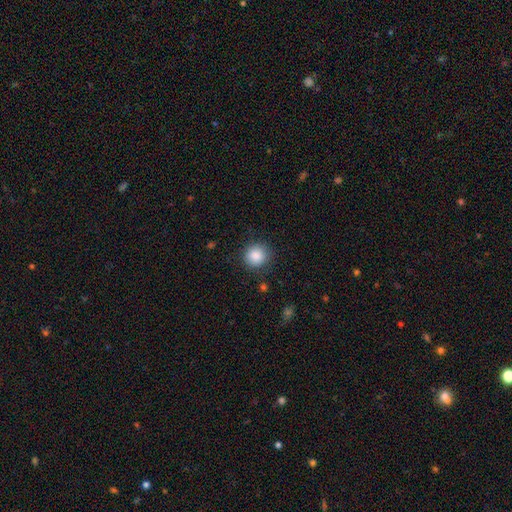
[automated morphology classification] Q: Smooth or featured?
A: smooth (87%); runner-up: star or artifact (9%)
Q: How rounded?
A: round (90%); runner-up: in between (9%)
Q: Merging?
A: none (87%); runner-up: minor disturbance (9%)